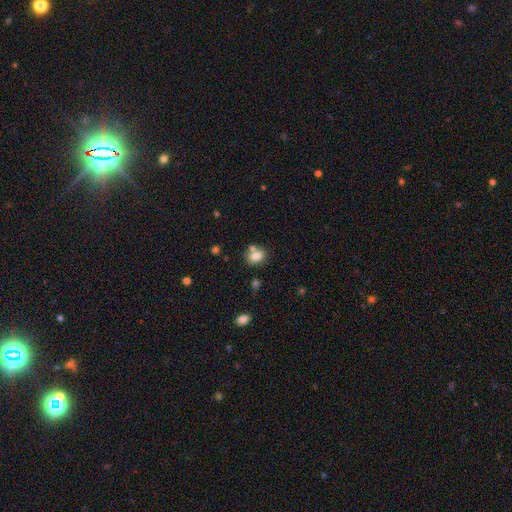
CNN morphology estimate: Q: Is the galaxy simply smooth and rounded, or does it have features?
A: smooth — 80%.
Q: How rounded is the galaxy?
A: in between — 58%.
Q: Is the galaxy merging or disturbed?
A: none — 62%.